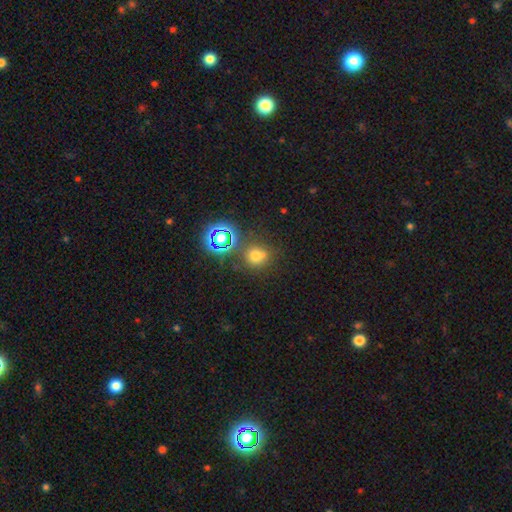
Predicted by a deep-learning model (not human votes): Smooth or featured?
  - smooth: 61% *
  - star or artifact: 29%
  - featured or disk: 10%
How rounded?
  - round: 78% *
  - in between: 21%
  - cigar-shaped: 1%
Merging?
  - none: 67% *
  - merger: 14%
  - minor disturbance: 14%
  - major disturbance: 6%